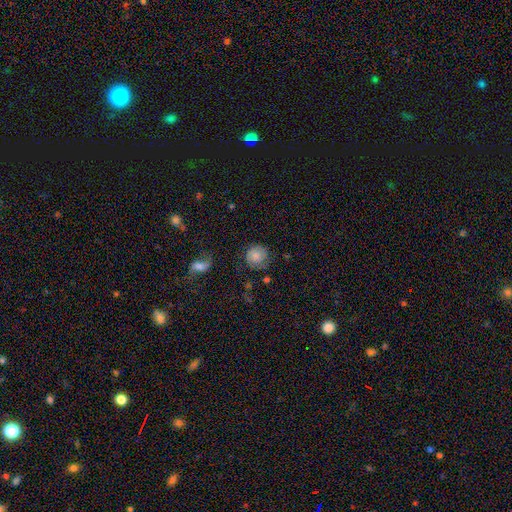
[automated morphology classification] Smooth or featured? smooth (70%)
How rounded? round (88%)
Merging? none (69%)